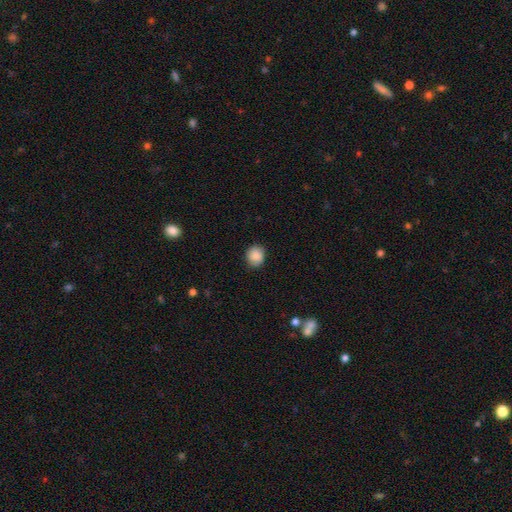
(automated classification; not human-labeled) Smooth or featured? Predicted: smooth (p=0.89). How rounded? Predicted: round (p=0.80). Merging? Predicted: none (p=0.87).